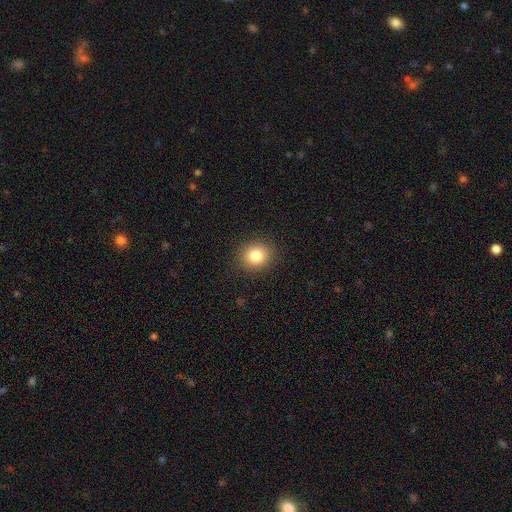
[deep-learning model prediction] A smooth galaxy with no disk features (84%) that is round (73%). Merging: none (89%).